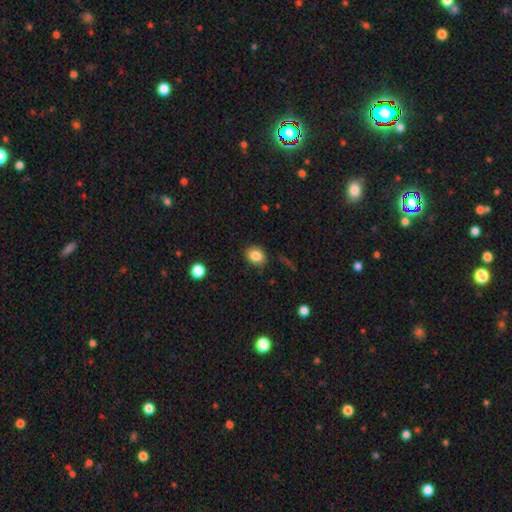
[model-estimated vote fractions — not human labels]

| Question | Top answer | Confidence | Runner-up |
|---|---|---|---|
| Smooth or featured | smooth | 84% | star or artifact (10%) |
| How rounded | round | 51% | in between (48%) |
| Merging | none | 82% | minor disturbance (13%) |